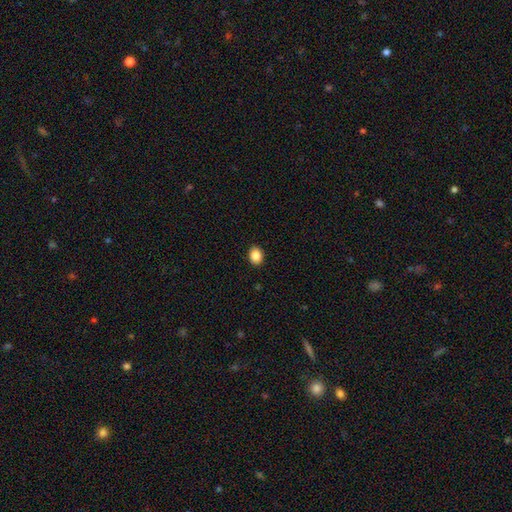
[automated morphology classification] smooth 87%, star or artifact 9%, featured or disk 4%. Down the decision tree: how rounded — in between (58%); merging — none (91%).